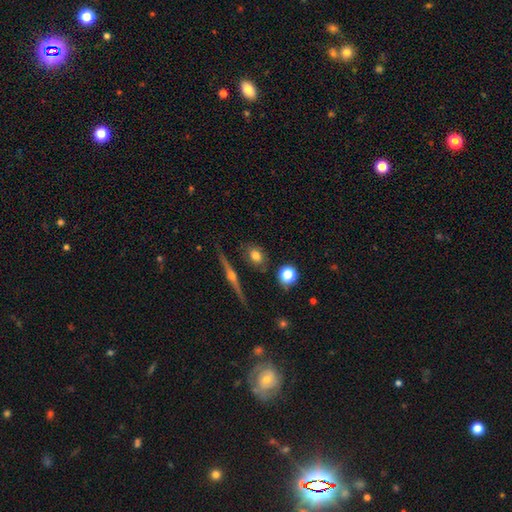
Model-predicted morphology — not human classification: Smooth or featured?
  - smooth: 68% *
  - featured or disk: 22%
  - star or artifact: 11%
How rounded?
  - in between: 55% *
  - round: 40%
  - cigar-shaped: 5%
Merging?
  - none: 80% *
  - minor disturbance: 12%
  - merger: 5%
  - major disturbance: 3%